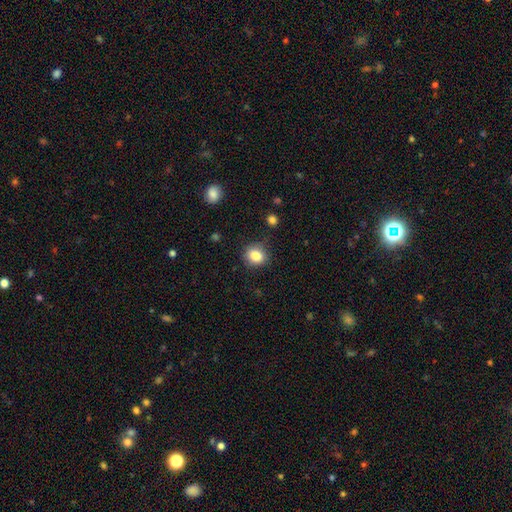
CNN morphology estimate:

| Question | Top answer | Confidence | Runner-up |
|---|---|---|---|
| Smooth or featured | smooth | 83% | star or artifact (10%) |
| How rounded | round | 72% | in between (27%) |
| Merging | none | 83% | minor disturbance (12%) |